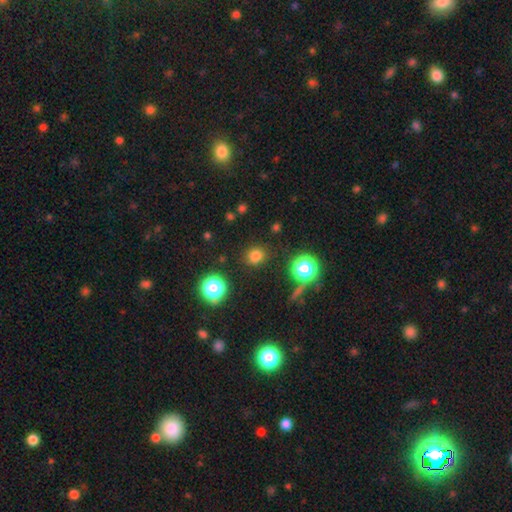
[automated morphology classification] Smooth or featured? smooth (75%)
How rounded? round (81%)
Merging? none (86%)